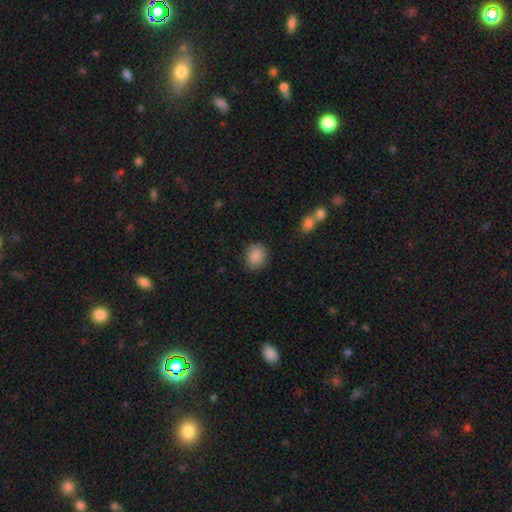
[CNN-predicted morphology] Smooth or featured? smooth (89%)
How rounded? round (78%)
Merging? none (87%)